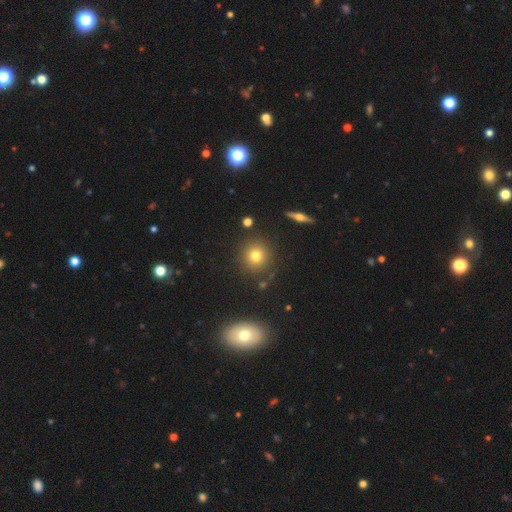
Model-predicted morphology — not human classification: Smooth or featured: smooth — 74% (star or artifact — 15%)
How rounded: round — 92% (in between — 7%)
Merging: none — 87% (minor disturbance — 7%)